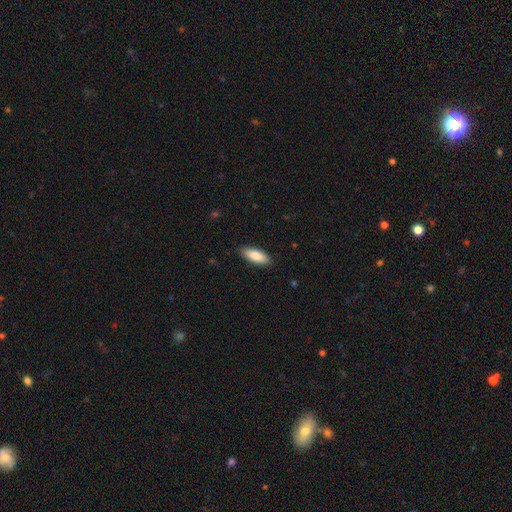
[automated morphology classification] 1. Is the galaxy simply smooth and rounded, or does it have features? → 83% smooth, 11% featured or disk, 6% star or artifact.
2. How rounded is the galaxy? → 70% in between, 28% cigar-shaped, 2% round.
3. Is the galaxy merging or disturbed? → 89% none, 9% minor disturbance, 2% major disturbance, 1% merger.